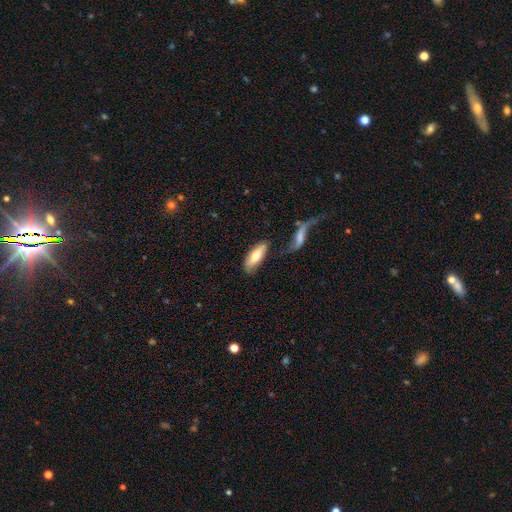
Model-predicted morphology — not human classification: type=smooth (68%); roundness=in between (66%); merging=none (69%).